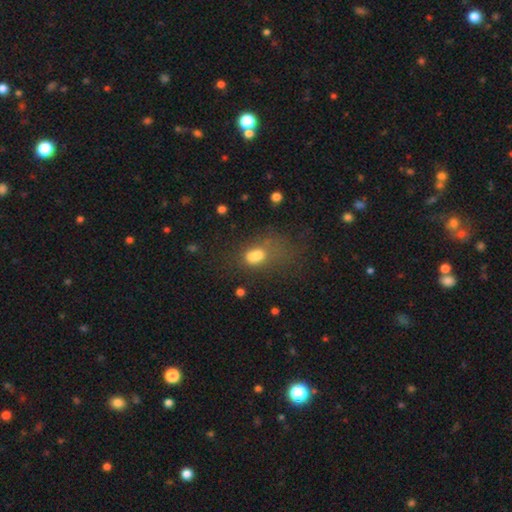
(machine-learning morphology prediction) This is likely a smooth galaxy (71%). How rounded: clearly in between (81%). Merging: marginally major disturbance (37%).